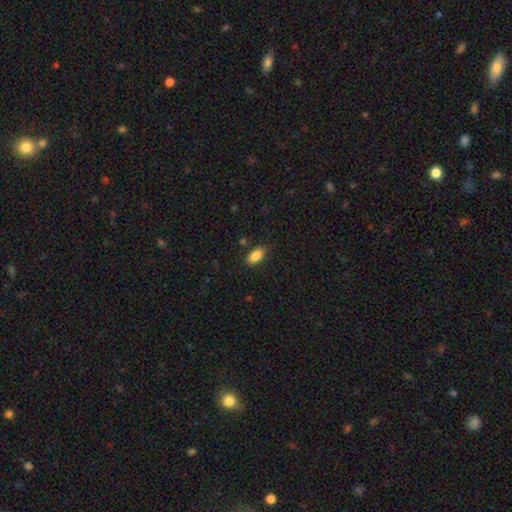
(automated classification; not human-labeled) Q: Smooth or featured?
A: smooth (87%); runner-up: star or artifact (8%)
Q: How rounded?
A: in between (92%); runner-up: round (4%)
Q: Merging?
A: none (83%); runner-up: minor disturbance (13%)